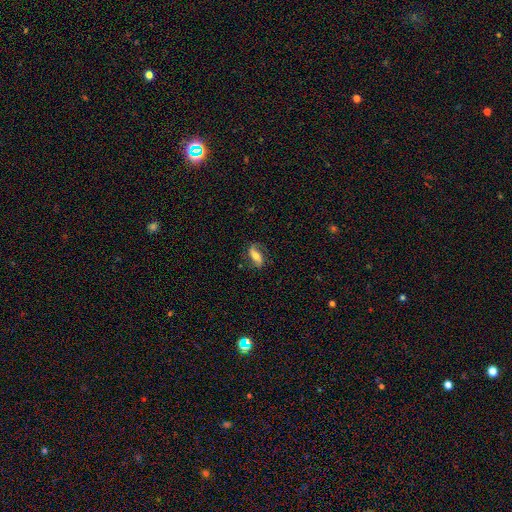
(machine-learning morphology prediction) Q: Smooth or featured?
A: featured or disk (50%); runner-up: smooth (41%)
Q: Edge-on disk?
A: no (87%); runner-up: yes (13%)
Q: Merging?
A: none (71%); runner-up: minor disturbance (19%)